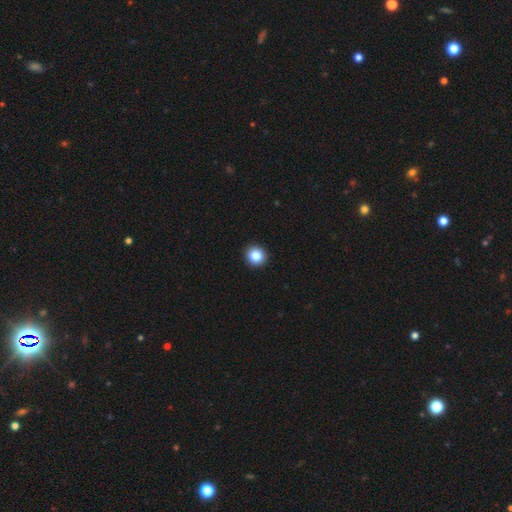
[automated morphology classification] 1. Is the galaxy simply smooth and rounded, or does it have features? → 85% smooth, 10% star or artifact, 5% featured or disk.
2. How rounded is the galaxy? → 92% round, 7% in between, 1% cigar-shaped.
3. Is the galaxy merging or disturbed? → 93% none, 4% minor disturbance, 1% major disturbance, 1% merger.